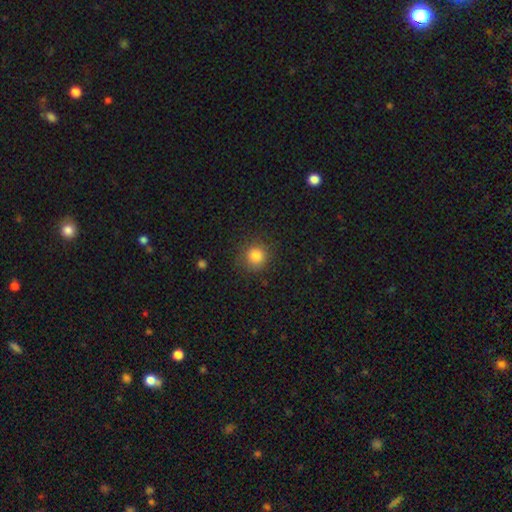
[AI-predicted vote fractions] smooth-or-featured: smooth: 84% | star or artifact: 11% | featured or disk: 5%
  how-rounded: round: 91% | in between: 8% | cigar-shaped: 1%
  merging: none: 85% | minor disturbance: 11% | major disturbance: 4% | merger: 1%